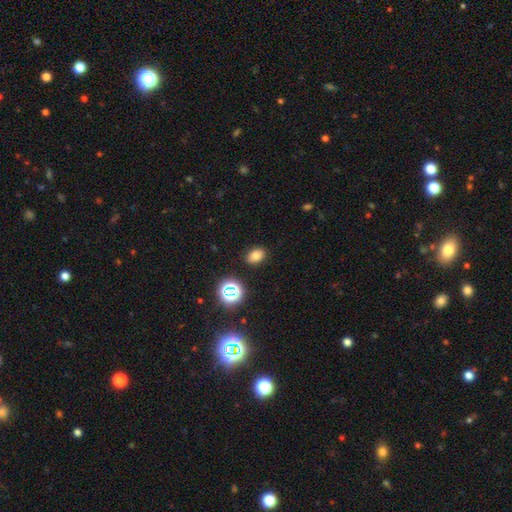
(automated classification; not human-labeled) Overall: smooth (75%). How rounded: in between (75%). Merging: none (88%).